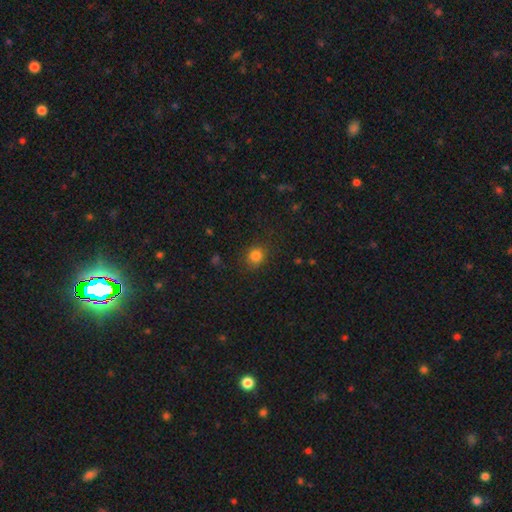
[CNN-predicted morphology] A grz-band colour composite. It shows a smooth galaxy with no disk features (82%) that is round (76%). Merging: none (84%).